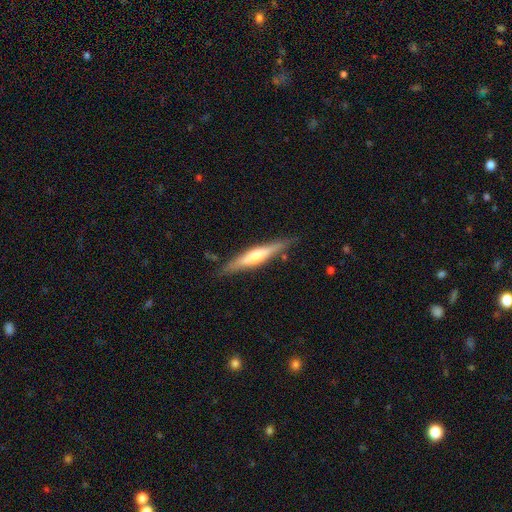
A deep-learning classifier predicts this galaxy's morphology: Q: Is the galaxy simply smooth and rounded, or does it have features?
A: featured or disk — 61%.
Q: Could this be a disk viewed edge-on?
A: yes — 96%.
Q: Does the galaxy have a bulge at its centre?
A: rounded — 78%.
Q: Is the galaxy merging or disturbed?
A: none — 85%.